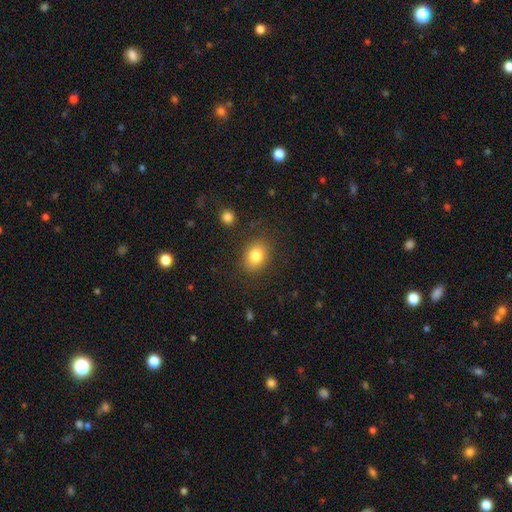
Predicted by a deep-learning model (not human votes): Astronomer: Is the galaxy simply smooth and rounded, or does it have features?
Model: smooth — 82%.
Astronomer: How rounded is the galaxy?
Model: in between — 59% (runner-up: round, 40%).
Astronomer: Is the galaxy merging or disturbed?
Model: none — 83%.